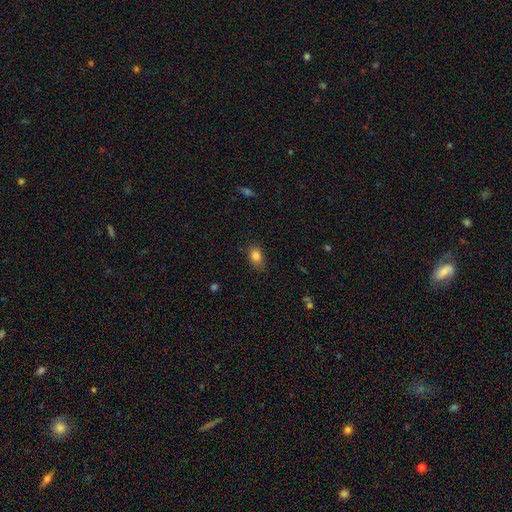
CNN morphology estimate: smooth-or-featured: smooth: 84% | star or artifact: 10% | featured or disk: 6%
  how-rounded: in between: 70% | round: 28% | cigar-shaped: 2%
  merging: none: 76% | minor disturbance: 19% | major disturbance: 4% | merger: 1%